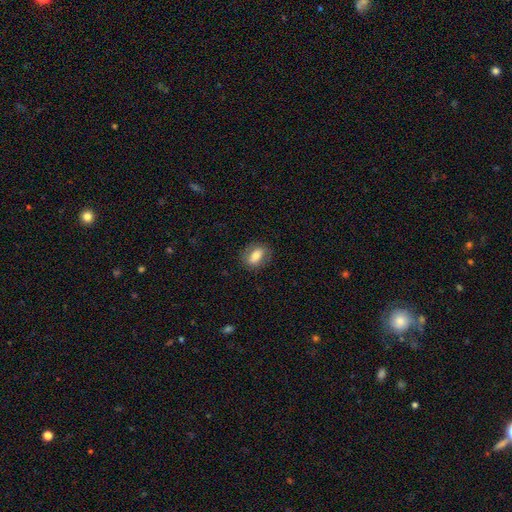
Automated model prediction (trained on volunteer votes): smooth-or-featured: smooth: 70% | featured or disk: 22% | star or artifact: 8%
  how-rounded: in between: 79% | round: 17% | cigar-shaped: 3%
  merging: none: 80% | minor disturbance: 14% | major disturbance: 5% | merger: 1%